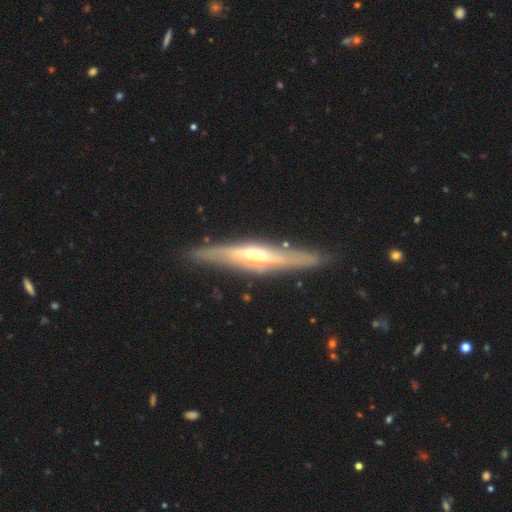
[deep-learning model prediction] Overall: featured or disk (73%). Edge-on disk: yes (88%). Edge-on bulge: rounded (67%). Merging: none (84%).